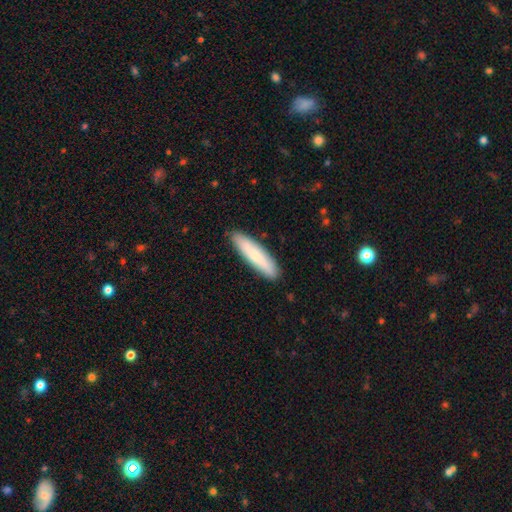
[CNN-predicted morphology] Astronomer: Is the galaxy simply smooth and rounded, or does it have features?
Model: smooth — 78%.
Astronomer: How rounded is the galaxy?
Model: cigar-shaped — 83%.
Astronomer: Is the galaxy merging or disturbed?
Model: none — 89%.